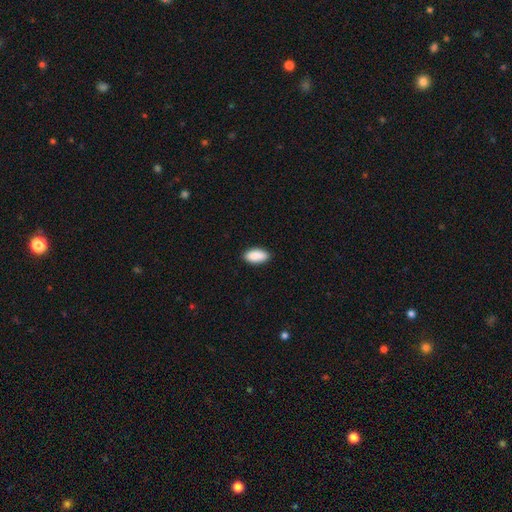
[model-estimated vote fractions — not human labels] smooth 90%, star or artifact 6%, featured or disk 3%. Down the decision tree: how rounded — in between (93%); merging — none (88%).